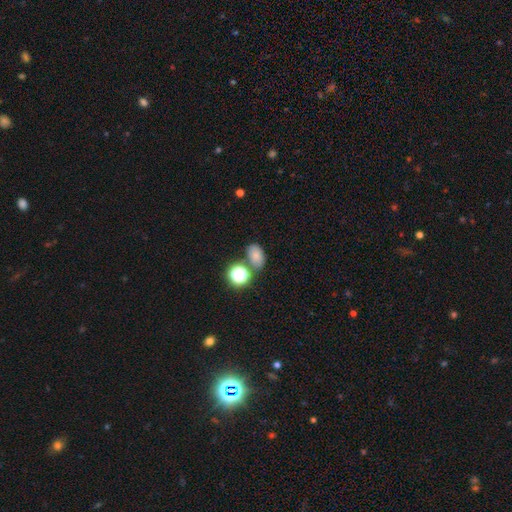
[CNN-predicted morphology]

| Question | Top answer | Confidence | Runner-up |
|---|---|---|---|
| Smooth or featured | smooth | 74% | star or artifact (17%) |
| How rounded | in between | 79% | round (20%) |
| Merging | none | 66% | merger (15%) |